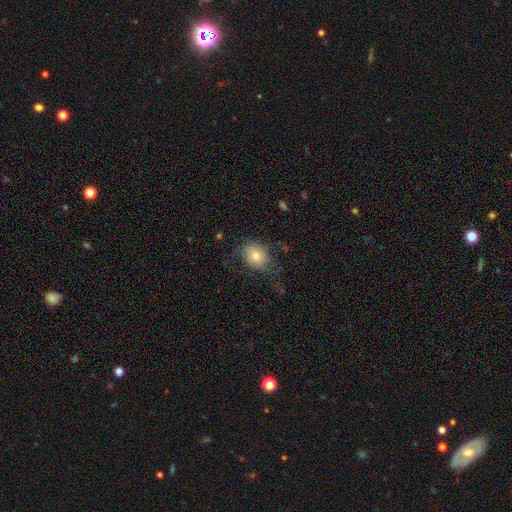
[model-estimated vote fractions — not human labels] Smooth or featured? smooth (68%)
How rounded? in between (51%)
Merging? none (50%)